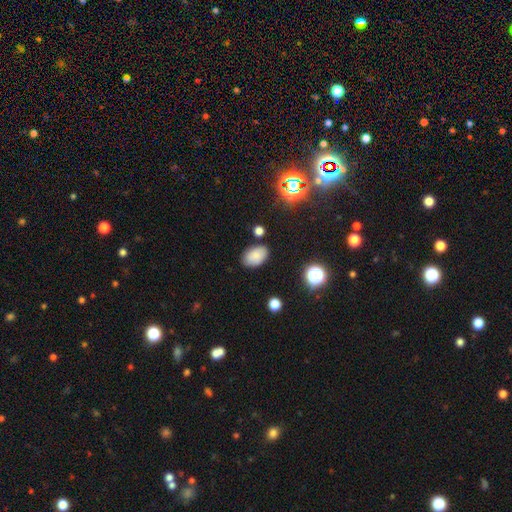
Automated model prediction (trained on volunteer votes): Smooth or featured? Predicted: smooth (p=0.81). How rounded? Predicted: in between (p=0.88). Merging? Predicted: none (p=0.81).